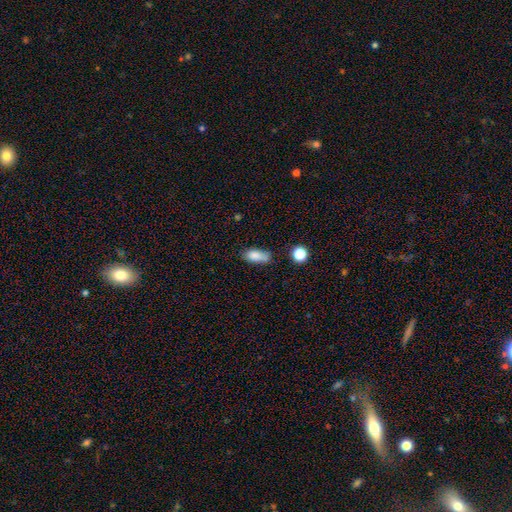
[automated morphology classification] smooth-or-featured: smooth: 81% | star or artifact: 10% | featured or disk: 9%
  how-rounded: in between: 82% | cigar-shaped: 12% | round: 6%
  merging: none: 51% | minor disturbance: 28% | merger: 11% | major disturbance: 9%